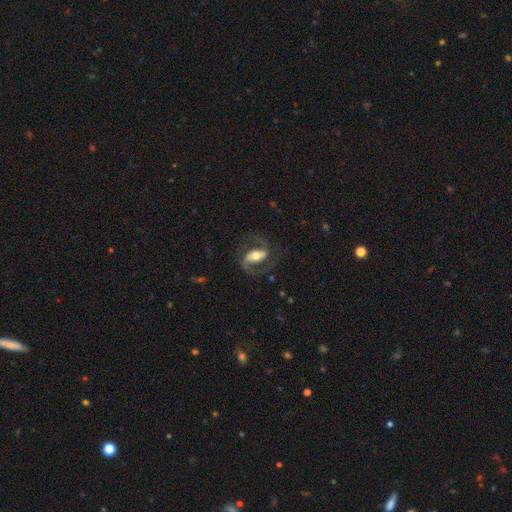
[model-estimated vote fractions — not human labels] Smooth or featured: featured or disk — 80% (smooth — 15%)
Edge-on disk: no — 95% (yes — 5%)
Bar: strong — 49% (weak — 30%)
Spiral arms: yes — 92% (no — 8%)
Spiral winding: medium — 57% (loose — 26%)
Spiral arm count: 2 — 90% (1 — 4%)
Bulge size: moderate — 63% (large — 19%)
Merging: none — 72% (minor disturbance — 14%)